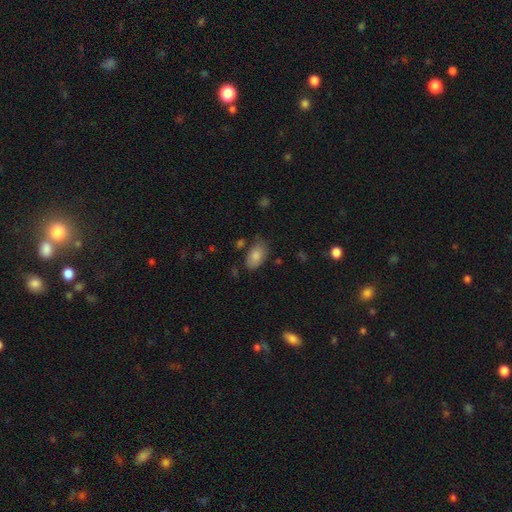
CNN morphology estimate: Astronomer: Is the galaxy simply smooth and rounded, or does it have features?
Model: smooth — 84%.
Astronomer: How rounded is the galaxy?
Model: in between — 93%.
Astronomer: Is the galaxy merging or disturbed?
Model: none — 71%.